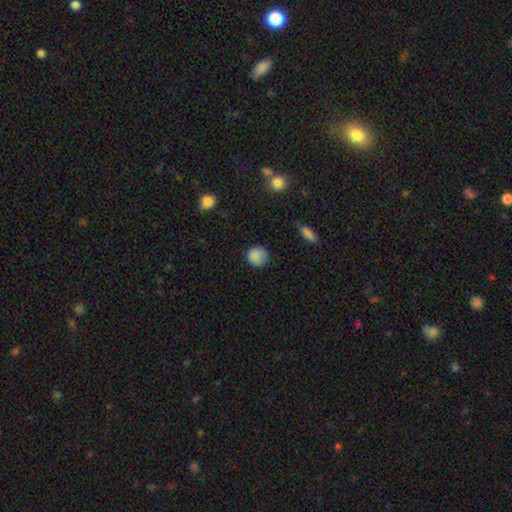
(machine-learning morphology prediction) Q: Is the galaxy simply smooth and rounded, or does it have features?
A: smooth — 85%.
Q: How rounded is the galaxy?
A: round — 88%.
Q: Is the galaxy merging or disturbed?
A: none — 76%.